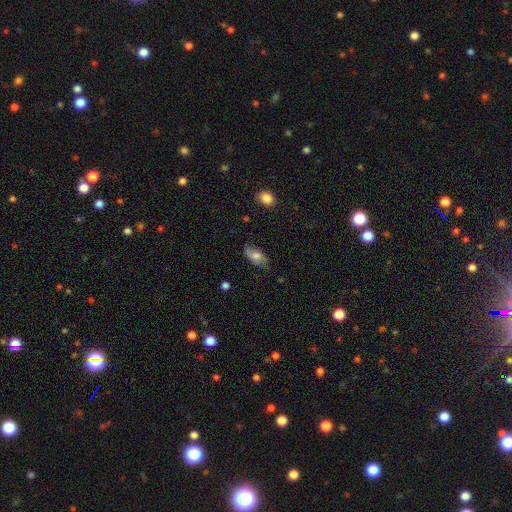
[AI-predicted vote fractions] Smooth or featured?
  - smooth: 60% *
  - featured or disk: 32%
  - star or artifact: 8%
How rounded?
  - in between: 88% *
  - cigar-shaped: 7%
  - round: 5%
Merging?
  - none: 63% *
  - minor disturbance: 27%
  - major disturbance: 8%
  - merger: 2%